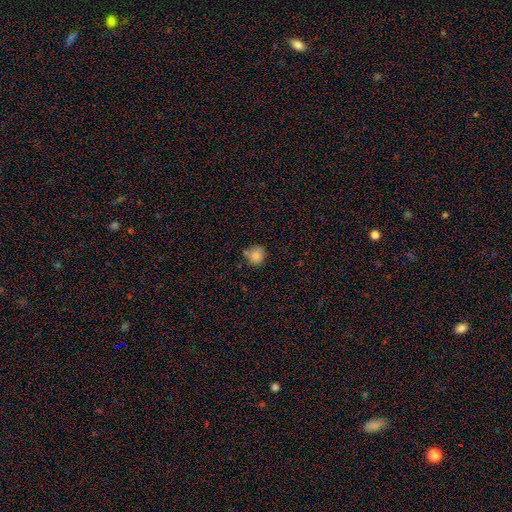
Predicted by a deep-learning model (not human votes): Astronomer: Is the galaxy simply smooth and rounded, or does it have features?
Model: smooth — 84%.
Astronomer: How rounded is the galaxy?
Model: round — 88%.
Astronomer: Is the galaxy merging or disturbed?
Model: none — 71%.